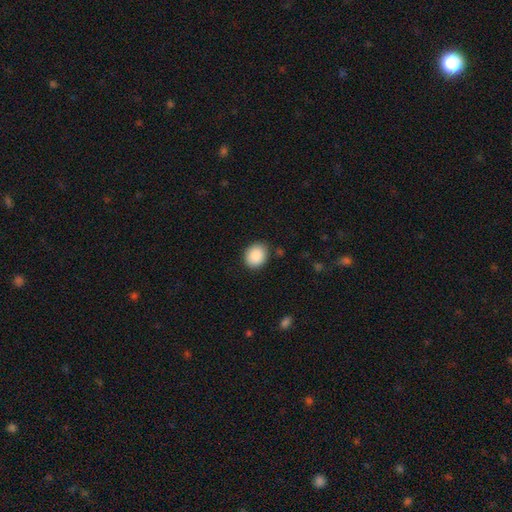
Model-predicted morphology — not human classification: This is clearly a smooth galaxy (89%). How rounded: likely round (66%). Merging: clearly none (85%).